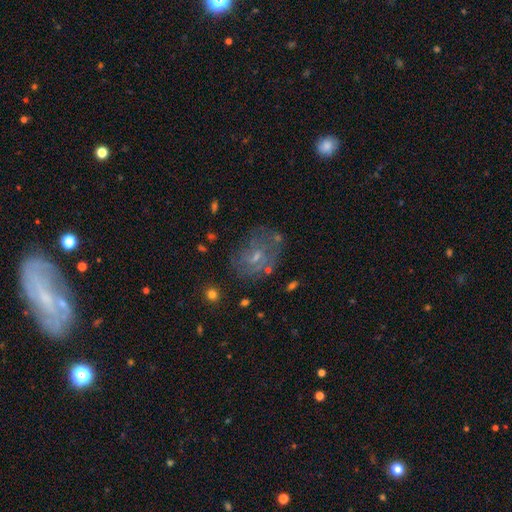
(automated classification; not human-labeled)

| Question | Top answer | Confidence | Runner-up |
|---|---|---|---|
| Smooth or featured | featured or disk | 62% | smooth (25%) |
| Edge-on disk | no | 97% | yes (3%) |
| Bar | weak | 48% | no (43%) |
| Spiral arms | yes | 71% | no (29%) |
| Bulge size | small | 60% | moderate (26%) |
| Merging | none | 60% | minor disturbance (20%) |